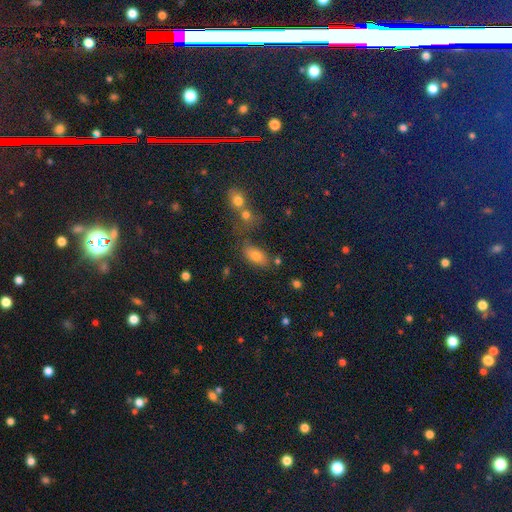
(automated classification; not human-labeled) Smooth or featured?
  - smooth: 67% *
  - star or artifact: 20%
  - featured or disk: 13%
How rounded?
  - in between: 85% *
  - round: 8%
  - cigar-shaped: 7%
Merging?
  - none: 68% *
  - minor disturbance: 14%
  - merger: 12%
  - major disturbance: 6%